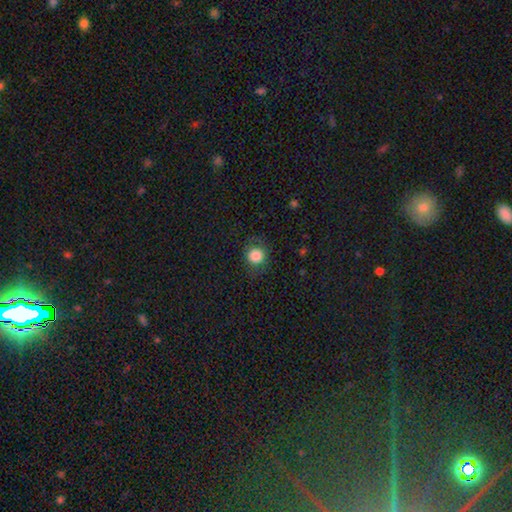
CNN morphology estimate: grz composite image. It shows a smooth galaxy with no disk features (84%) that is round (90%). Merging: none (83%).